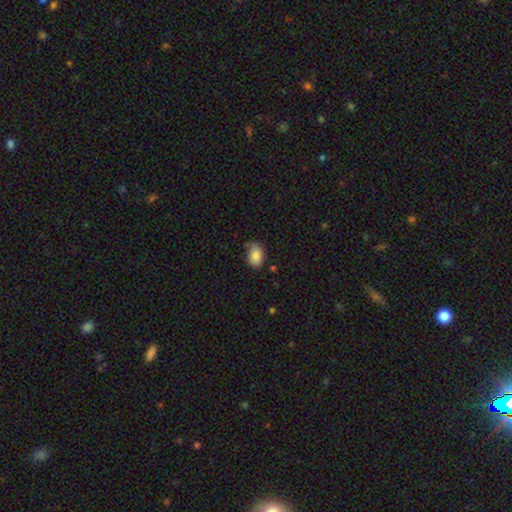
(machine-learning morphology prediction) type=smooth (85%); roundness=in between (82%); merging=none (69%).